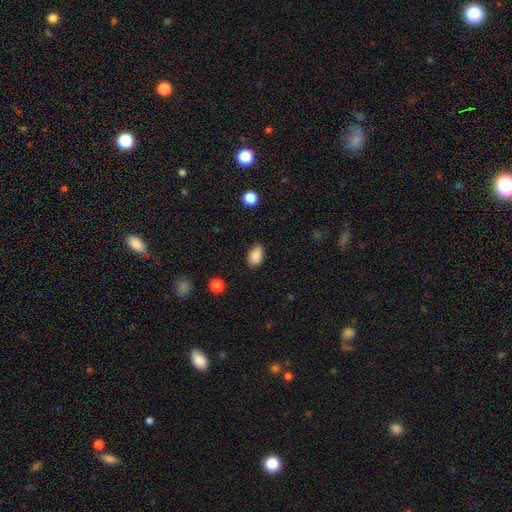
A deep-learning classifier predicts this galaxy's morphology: A smooth galaxy with no disk features (88%) that is in between round and cigar-shaped (89%).

Vote fractions:
- Smooth or featured? smooth: 88% / star or artifact: 8% / featured or disk: 4%
- How rounded? in between: 89% / round: 9% / cigar-shaped: 2%
- Merging? none: 79% / minor disturbance: 16% / major disturbance: 3% / merger: 1%